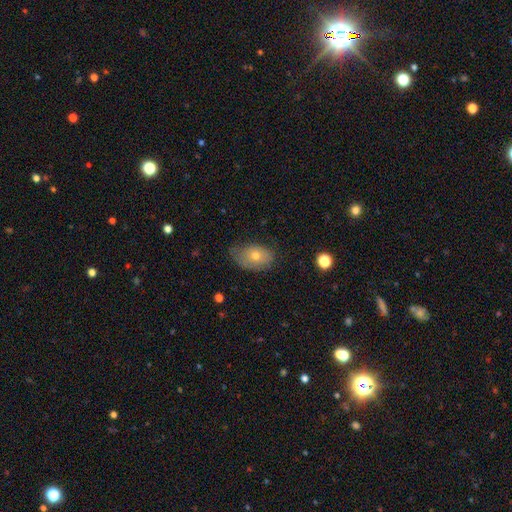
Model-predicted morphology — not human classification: Smooth or featured? smooth (67%)
How rounded? in between (84%)
Merging? none (60%)